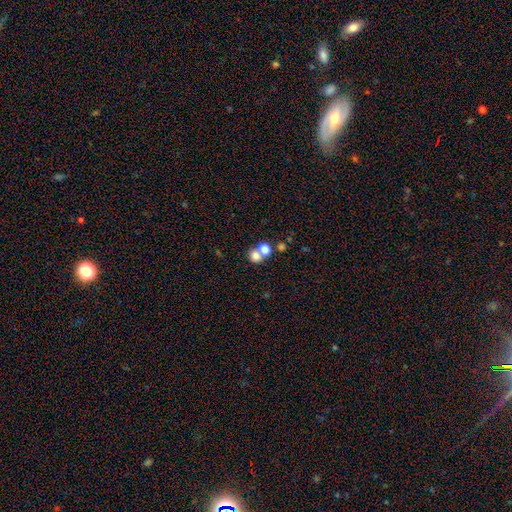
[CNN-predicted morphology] This appears to be a smooth galaxy with no disk features (74%) that is round (72%). Merging: merger (46%).